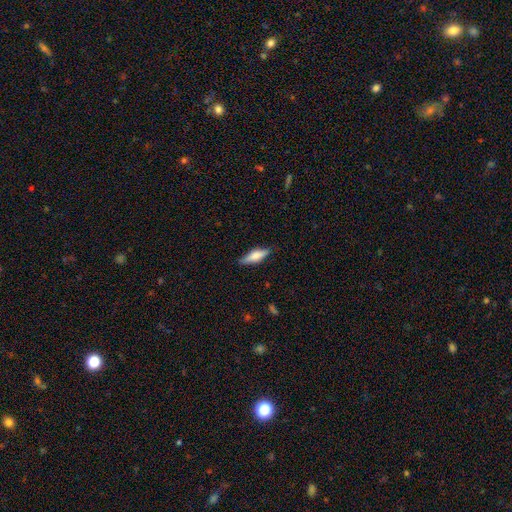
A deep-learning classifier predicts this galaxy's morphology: A smooth galaxy with no disk features (62%) that is cigar-shaped (49%, tied with in between). Merging: none (82%).